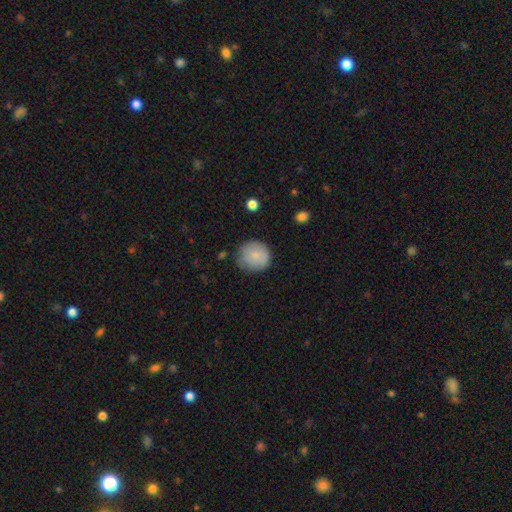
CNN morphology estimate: This appears to be a smooth galaxy with no disk features (82%) that is round (91%). Merging: none (75%).